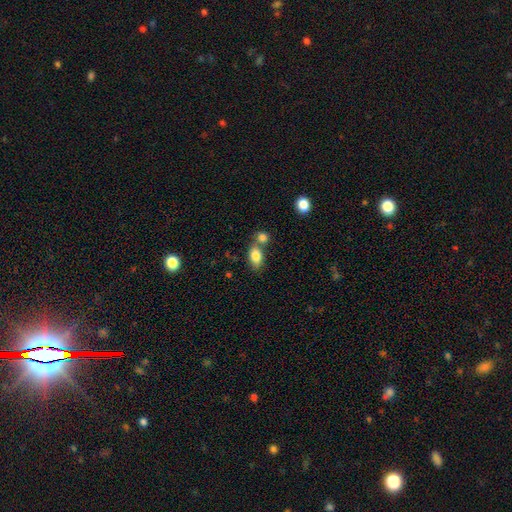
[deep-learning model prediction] A smooth galaxy with no disk features (84%) that is in between round and cigar-shaped (85%).

Vote fractions:
- Smooth or featured? smooth: 84% / star or artifact: 8% / featured or disk: 8%
- How rounded? in between: 85% / round: 13% / cigar-shaped: 2%
- Merging? none: 48% / merger: 38% / minor disturbance: 11% / major disturbance: 4%